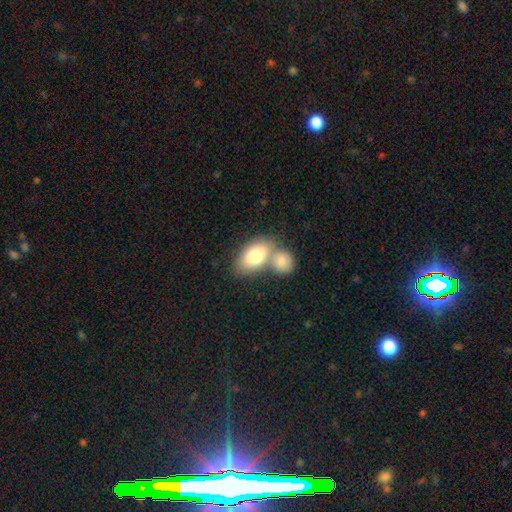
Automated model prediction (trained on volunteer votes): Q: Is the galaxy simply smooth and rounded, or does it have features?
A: smooth — 78%.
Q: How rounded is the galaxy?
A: in between — 89%.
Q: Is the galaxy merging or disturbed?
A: merger — 53%.